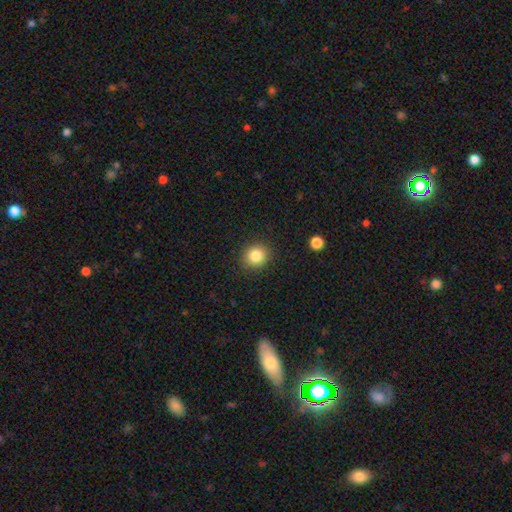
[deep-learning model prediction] This is clearly a smooth galaxy (84%). How rounded: clearly round (82%). Merging: clearly none (89%).